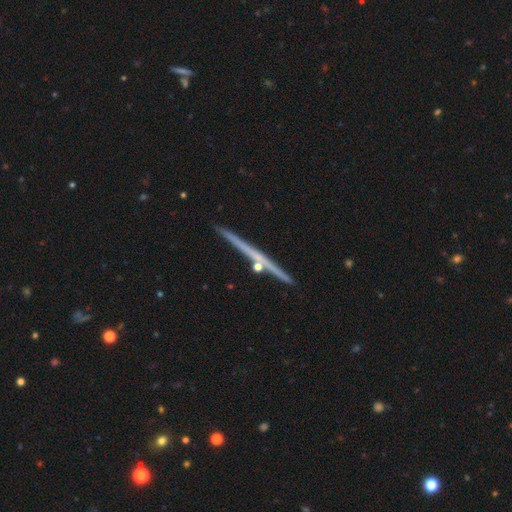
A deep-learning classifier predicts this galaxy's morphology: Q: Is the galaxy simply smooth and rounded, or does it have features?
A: featured or disk — 73%.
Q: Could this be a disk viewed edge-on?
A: yes — 98%.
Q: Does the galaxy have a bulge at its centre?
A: none — 57%.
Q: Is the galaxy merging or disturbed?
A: none — 88%.